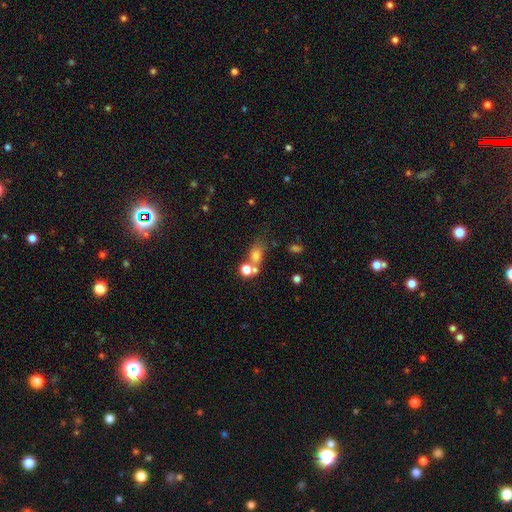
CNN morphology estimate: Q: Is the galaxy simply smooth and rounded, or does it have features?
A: smooth — 70%.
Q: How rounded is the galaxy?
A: in between — 52%.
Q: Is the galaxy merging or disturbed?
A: none — 41%.